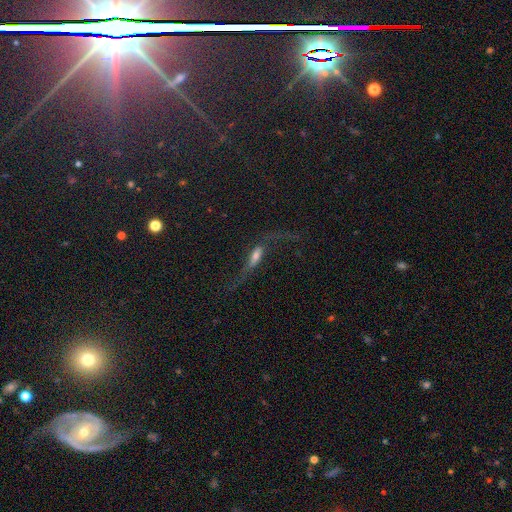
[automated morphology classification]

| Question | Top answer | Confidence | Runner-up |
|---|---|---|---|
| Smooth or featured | featured or disk | 64% | smooth (24%) |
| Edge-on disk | no | 59% | yes (41%) |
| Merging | none | 44% | major disturbance (34%) |